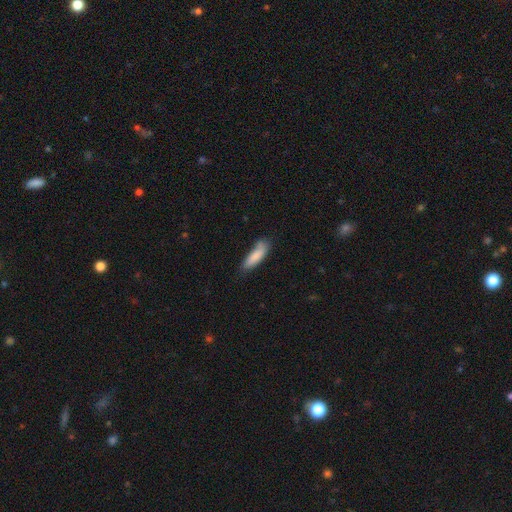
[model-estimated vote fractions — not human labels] A smooth galaxy with no disk features (84%) that is cigar-shaped (56%).

Vote fractions:
- Smooth or featured? smooth: 84% / featured or disk: 9% / star or artifact: 6%
- How rounded? cigar-shaped: 56% / in between: 42% / round: 2%
- Merging? none: 63% / minor disturbance: 27% / major disturbance: 6% / merger: 4%